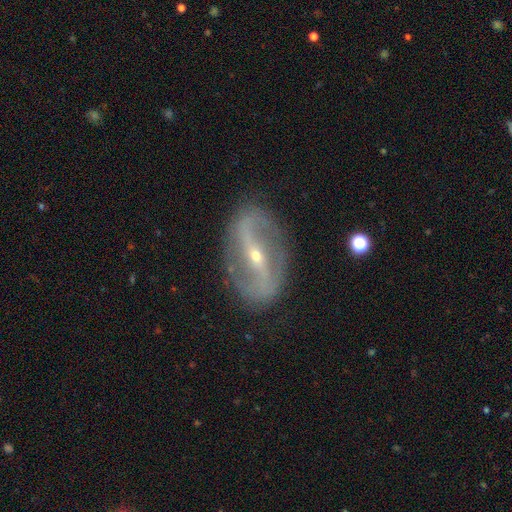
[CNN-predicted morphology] smooth_or_featured: featured or disk (p=0.88) [alt: smooth p=0.06]
disk_edge_on: no (p=0.93) [alt: yes p=0.07]
bar: strong (p=0.64) [alt: weak p=0.21]
has_spiral_arms: yes (p=0.87) [alt: no p=0.13]
spiral_winding: loose (p=0.45) [alt: medium p=0.35]
spiral_arm_count: 2 (p=0.91) [alt: can't tell p=0.05]
bulge_size: small (p=0.72) [alt: moderate p=0.25]
merging: none (p=0.84) [alt: minor disturbance p=0.11]